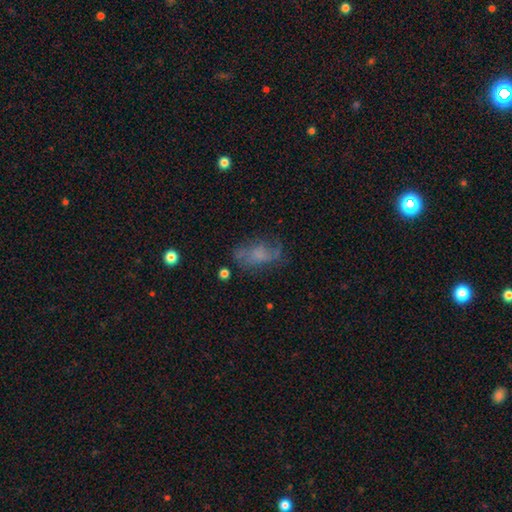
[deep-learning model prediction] smooth 43%, featured or disk 42%, star or artifact 16%. Down the decision tree: merging — none (54%).